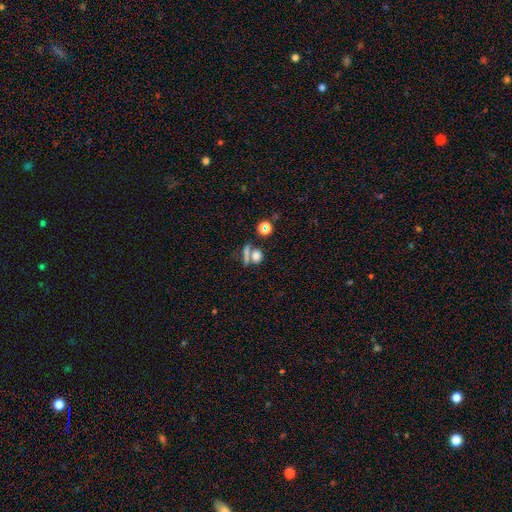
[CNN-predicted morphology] This is likely a smooth galaxy (70%). How rounded: possibly round (59%). Merging: possibly none (55%).